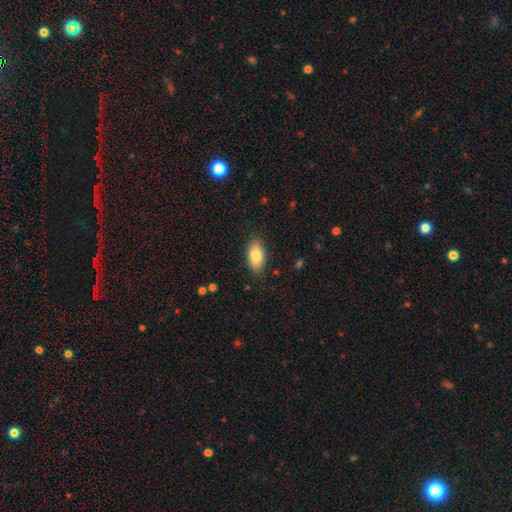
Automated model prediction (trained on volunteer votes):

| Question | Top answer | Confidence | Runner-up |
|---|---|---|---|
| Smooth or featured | smooth | 83% | featured or disk (10%) |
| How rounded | in between | 93% | round (4%) |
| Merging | none | 85% | minor disturbance (11%) |